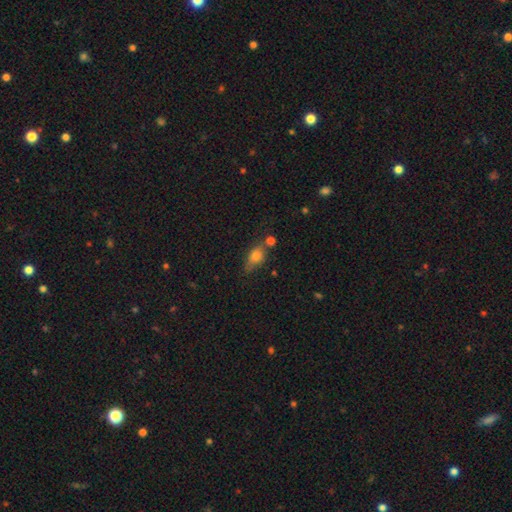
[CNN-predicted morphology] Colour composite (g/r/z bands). It shows a smooth galaxy with no disk features (74%) that is in between round and cigar-shaped (73%). Merging: none (52%).